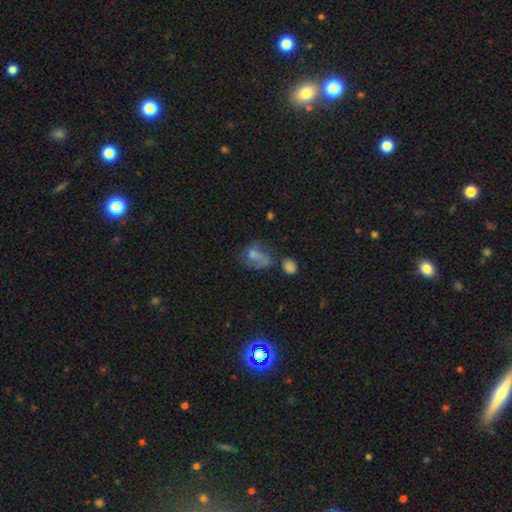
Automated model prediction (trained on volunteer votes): This is possibly a smooth galaxy (55%). How rounded: likely in between (63%). Merging: marginally major disturbance (31%).